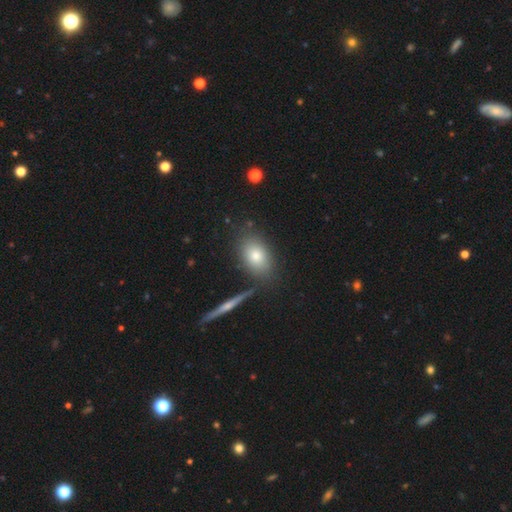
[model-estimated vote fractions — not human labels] Smooth or featured? smooth (75%)
How rounded? in between (77%)
Merging? none (78%)